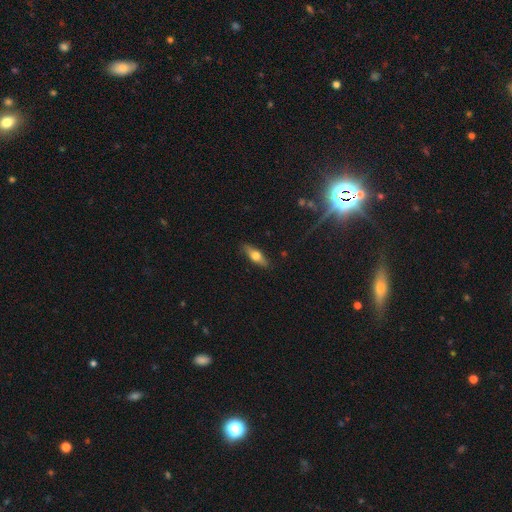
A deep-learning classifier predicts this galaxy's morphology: Overall: smooth (50%; featured or disk 44%). Merging: none (87%).